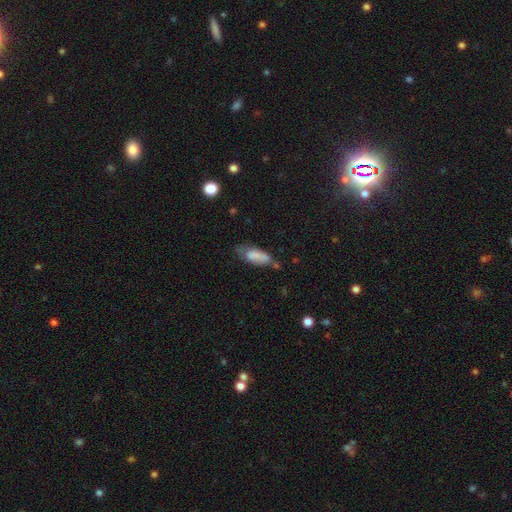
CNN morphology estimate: smooth-or-featured: smooth: 75% | featured or disk: 17% | star or artifact: 8%
  how-rounded: in between: 74% | cigar-shaped: 24% | round: 2%
  merging: none: 40% | minor disturbance: 35% | major disturbance: 16% | merger: 9%